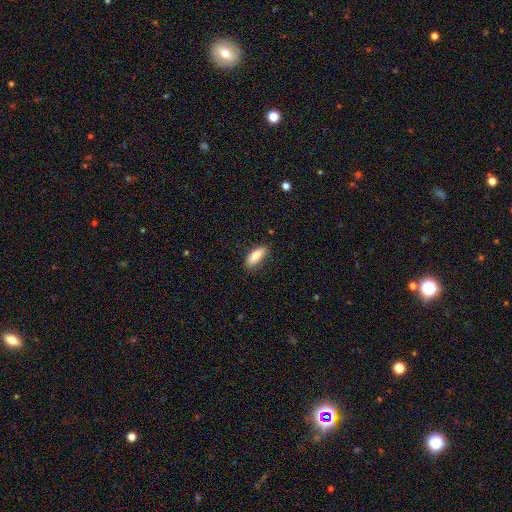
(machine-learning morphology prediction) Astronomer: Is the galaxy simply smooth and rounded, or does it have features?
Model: smooth — 84%.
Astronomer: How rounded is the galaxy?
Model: in between — 75%.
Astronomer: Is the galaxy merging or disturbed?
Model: none — 82%.